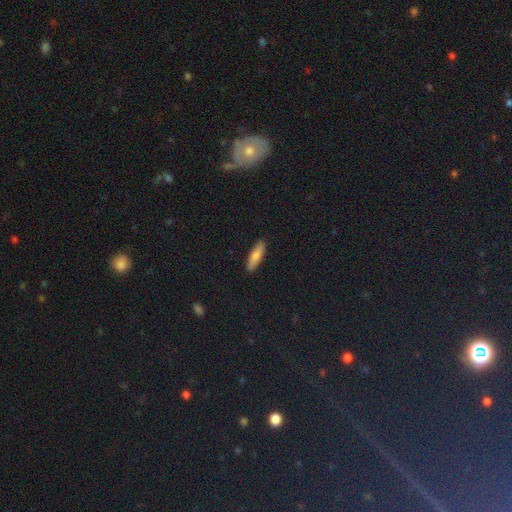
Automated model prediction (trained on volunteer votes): smooth 80%, featured or disk 14%, star or artifact 6%. Down the decision tree: how rounded — cigar-shaped (57%); merging — none (89%).